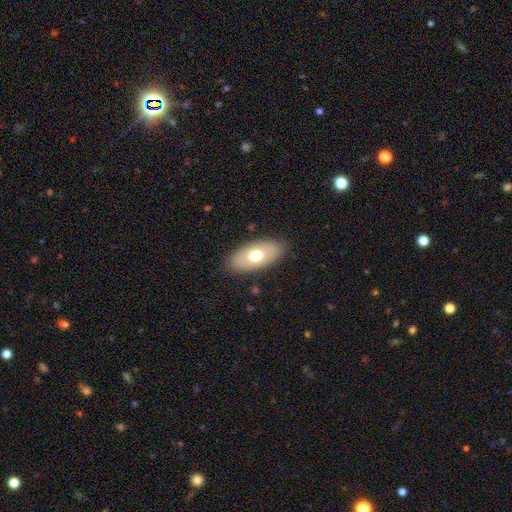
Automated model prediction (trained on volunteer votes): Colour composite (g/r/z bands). It shows a smooth galaxy with no disk features (64%) that is in between round and cigar-shaped (92%). Merging: none (84%).